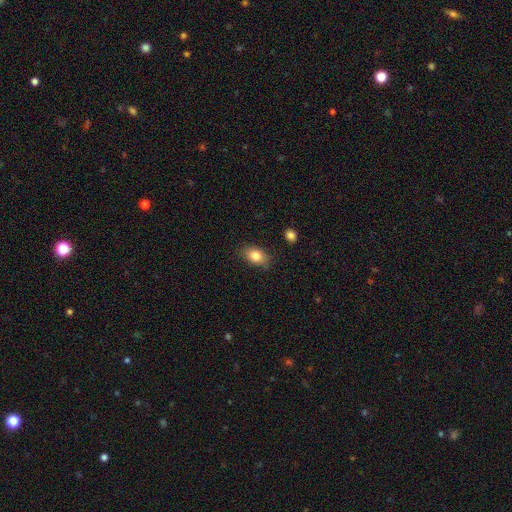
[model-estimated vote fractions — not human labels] Smooth or featured? Predicted: smooth (p=0.83). How rounded? Predicted: in between (p=0.83). Merging? Predicted: none (p=0.80).